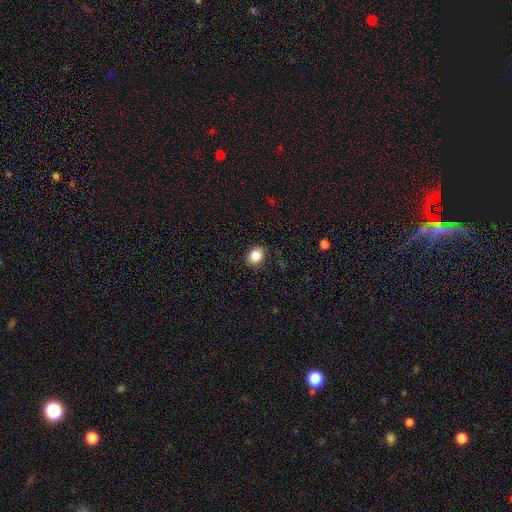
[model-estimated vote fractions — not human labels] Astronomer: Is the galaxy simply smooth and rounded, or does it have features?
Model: smooth — 86%.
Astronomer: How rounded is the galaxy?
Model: in between — 56% (runner-up: round, 43%).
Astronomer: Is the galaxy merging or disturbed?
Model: none — 84%.